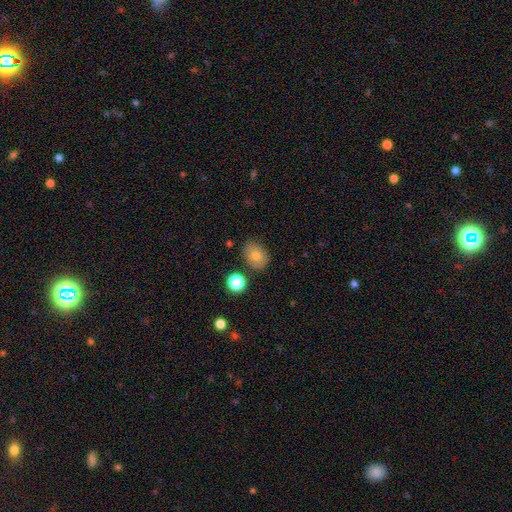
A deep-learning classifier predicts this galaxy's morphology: type=smooth (76%); roundness=in between (62%); merging=none (80%).